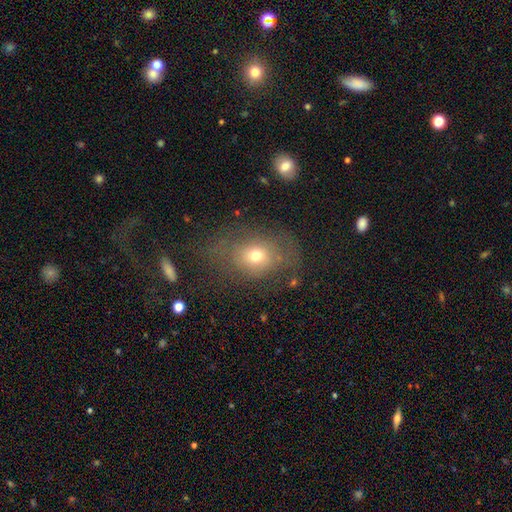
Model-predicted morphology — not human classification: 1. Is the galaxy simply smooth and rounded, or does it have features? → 65% smooth, 20% featured or disk, 15% star or artifact.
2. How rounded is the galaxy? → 50% in between, 49% round, 1% cigar-shaped.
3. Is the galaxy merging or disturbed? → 51% none, 24% major disturbance, 22% minor disturbance, 3% merger.